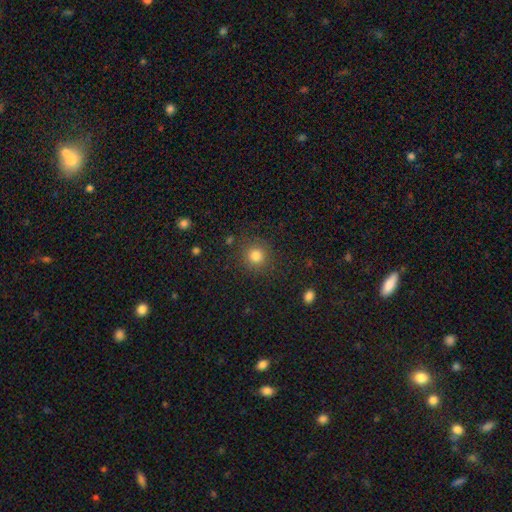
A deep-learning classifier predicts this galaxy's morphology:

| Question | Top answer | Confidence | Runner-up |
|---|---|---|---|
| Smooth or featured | smooth | 81% | star or artifact (13%) |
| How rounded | round | 93% | in between (6%) |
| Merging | none | 87% | minor disturbance (8%) |